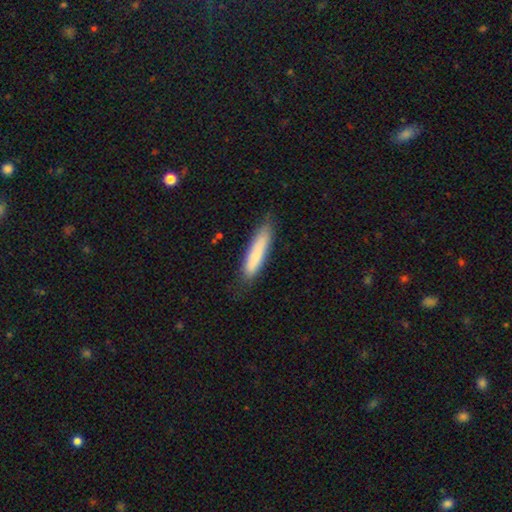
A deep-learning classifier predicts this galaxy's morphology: Overall: smooth (80%). How rounded: cigar-shaped (83%). Merging: none (79%).